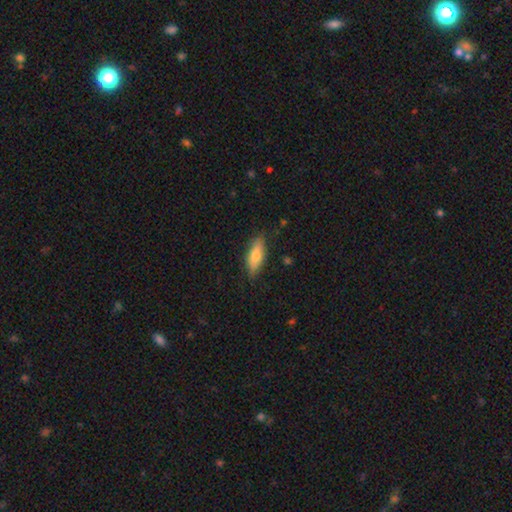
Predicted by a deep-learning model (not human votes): Smooth or featured?
  - smooth: 68% *
  - featured or disk: 25%
  - star or artifact: 6%
How rounded?
  - in between: 60% *
  - cigar-shaped: 38%
  - round: 3%
Merging?
  - none: 82% *
  - minor disturbance: 14%
  - major disturbance: 3%
  - merger: 1%